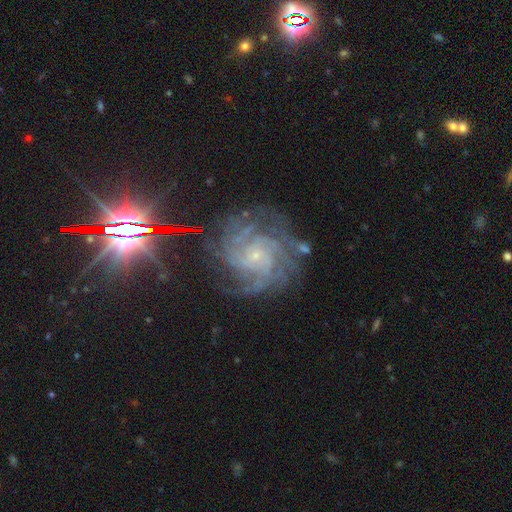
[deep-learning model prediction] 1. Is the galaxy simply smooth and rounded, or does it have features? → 83% featured or disk, 12% star or artifact, 5% smooth.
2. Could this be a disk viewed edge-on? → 97% no, 3% yes.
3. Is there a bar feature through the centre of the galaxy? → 73% no, 21% weak, 6% strong.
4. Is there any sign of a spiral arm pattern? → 97% yes, 3% no.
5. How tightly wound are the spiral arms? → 62% tight, 32% medium, 6% loose.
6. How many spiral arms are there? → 26% 4, 23% can't tell, 17% 3, 14% more than 4, 11% 2, 8% 1.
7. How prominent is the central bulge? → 82% small, 10% moderate, 6% none, 1% large, 1% dominant.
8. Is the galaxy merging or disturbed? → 73% none, 17% minor disturbance, 9% major disturbance, 2% merger.